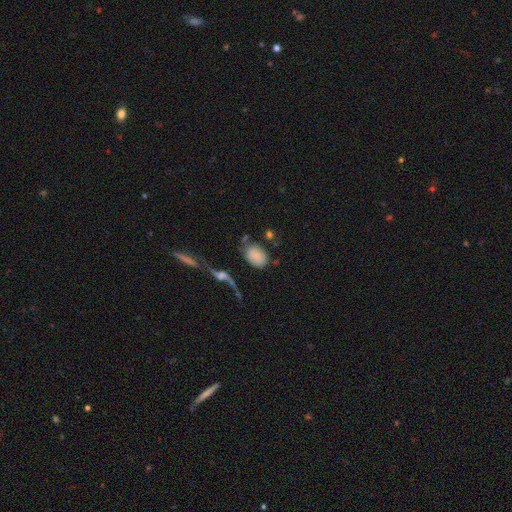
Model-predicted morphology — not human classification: Q: Smooth or featured?
A: smooth (76%); runner-up: featured or disk (14%)
Q: How rounded?
A: in between (75%); runner-up: round (23%)
Q: Merging?
A: none (56%); runner-up: minor disturbance (19%)